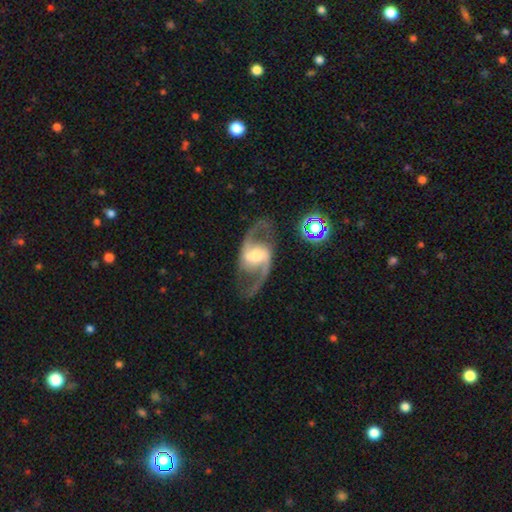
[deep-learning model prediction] Smooth or featured? Predicted: featured or disk (p=0.90). Edge-on disk? Predicted: no (p=0.97). Bar? Predicted: weak (p=0.41). Spiral arms? Predicted: yes (p=0.97). Spiral winding? Predicted: medium (p=0.48). Spiral arm count? Predicted: 2 (p=0.94). Bulge size? Predicted: moderate (p=0.40). Merging? Predicted: none (p=0.77).